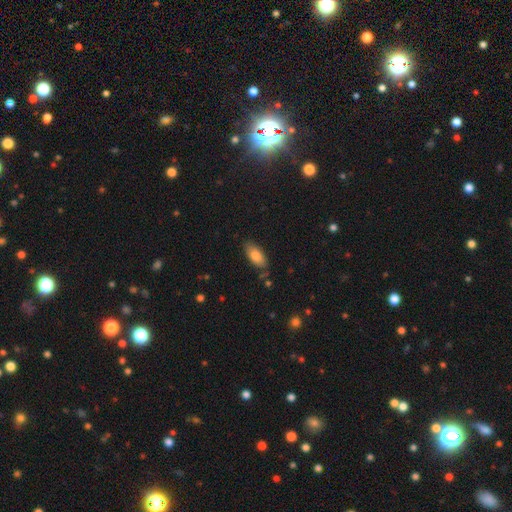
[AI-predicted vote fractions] Smooth or featured: smooth — 83% (featured or disk — 10%)
How rounded: in between — 86% (cigar-shaped — 12%)
Merging: none — 78% (minor disturbance — 16%)